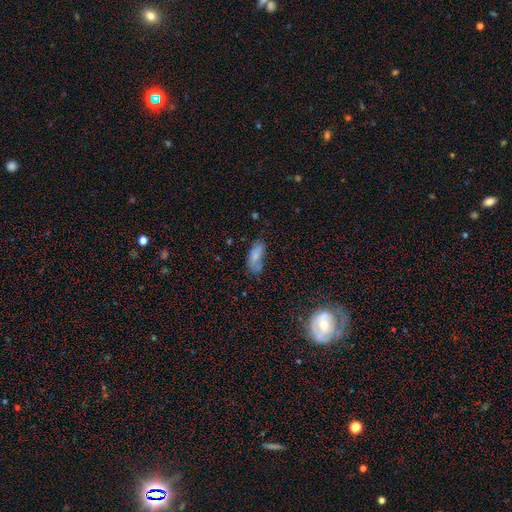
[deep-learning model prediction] Smooth or featured: smooth — 74% (featured or disk — 15%)
How rounded: in between — 83% (cigar-shaped — 14%)
Merging: none — 45% (minor disturbance — 32%)